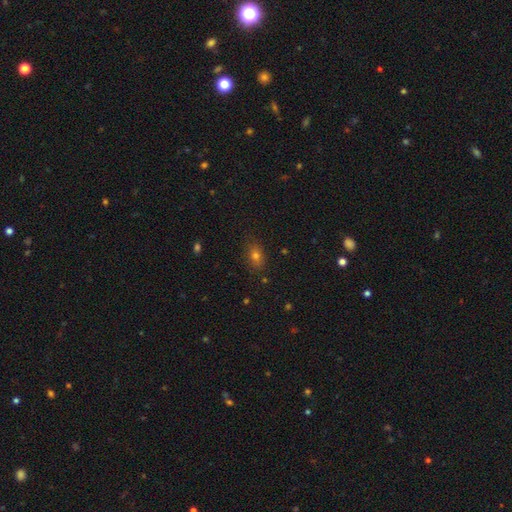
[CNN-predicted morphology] Smooth or featured: smooth — 72% (star or artifact — 18%)
How rounded: in between — 72% (round — 25%)
Merging: none — 82% (minor disturbance — 13%)